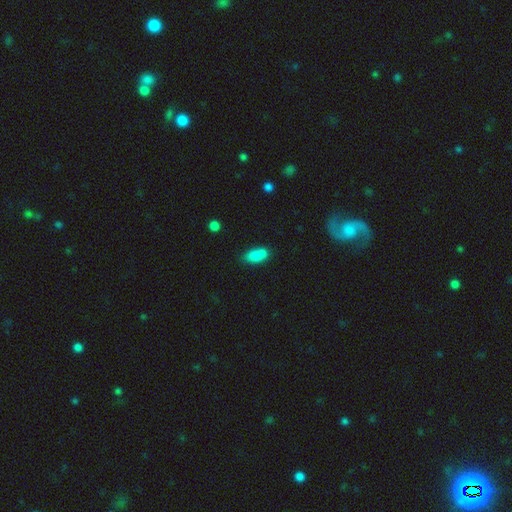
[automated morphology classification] smooth 77%, featured or disk 14%, star or artifact 9%. Down the decision tree: how rounded — in between (84%); merging — none (43%).